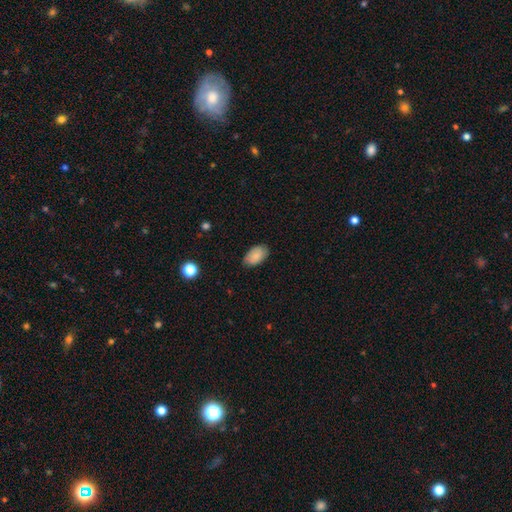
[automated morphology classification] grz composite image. It shows a smooth galaxy with no disk features (85%) that is in between round and cigar-shaped (93%). Merging: none (81%).